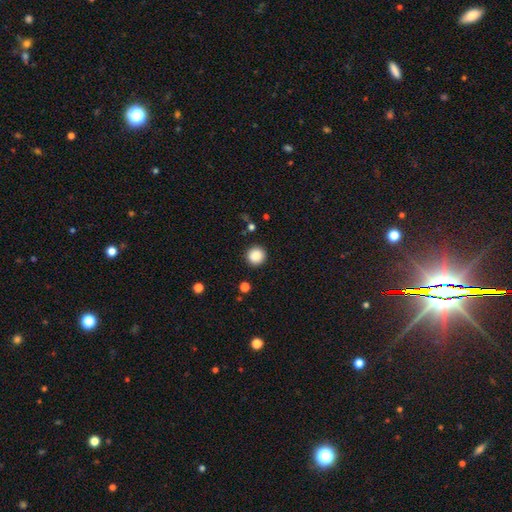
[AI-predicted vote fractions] Smooth or featured? smooth (88%)
How rounded? round (94%)
Merging? none (91%)